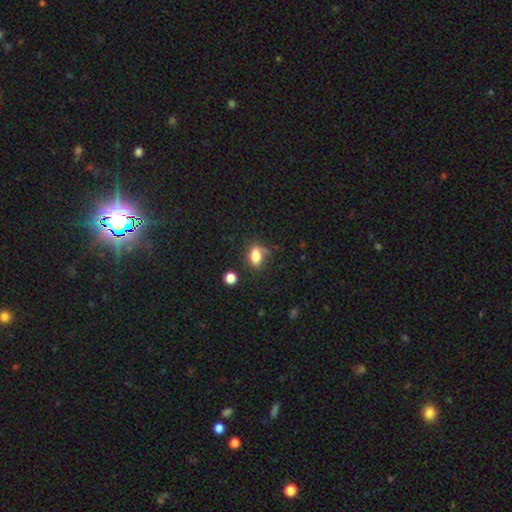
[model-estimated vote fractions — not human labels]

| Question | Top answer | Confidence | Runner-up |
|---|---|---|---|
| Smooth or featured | smooth | 80% | star or artifact (11%) |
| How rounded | in between | 77% | round (20%) |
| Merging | none | 58% | minor disturbance (25%) |